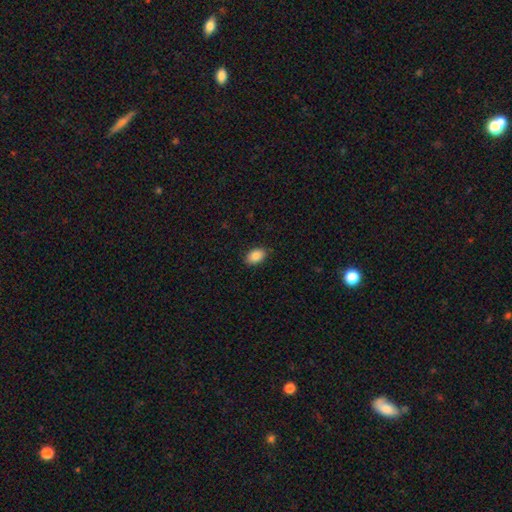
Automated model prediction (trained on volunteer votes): Smooth or featured? Predicted: smooth (p=0.87). How rounded? Predicted: in between (p=0.90). Merging? Predicted: none (p=0.87).